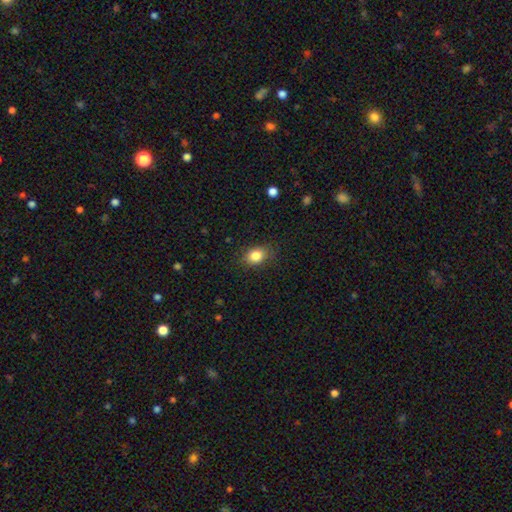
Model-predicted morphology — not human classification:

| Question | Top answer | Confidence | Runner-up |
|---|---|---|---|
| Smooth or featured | smooth | 84% | star or artifact (10%) |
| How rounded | in between | 64% | round (34%) |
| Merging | none | 82% | minor disturbance (14%) |